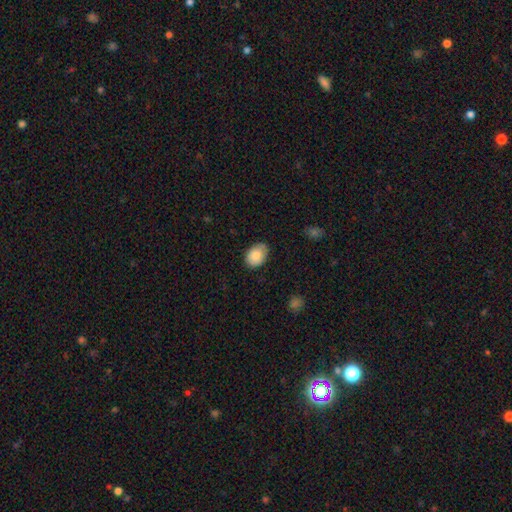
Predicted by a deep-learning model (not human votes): smooth 84%, featured or disk 9%, star or artifact 7%. Down the decision tree: how rounded — in between (77%); merging — none (76%).